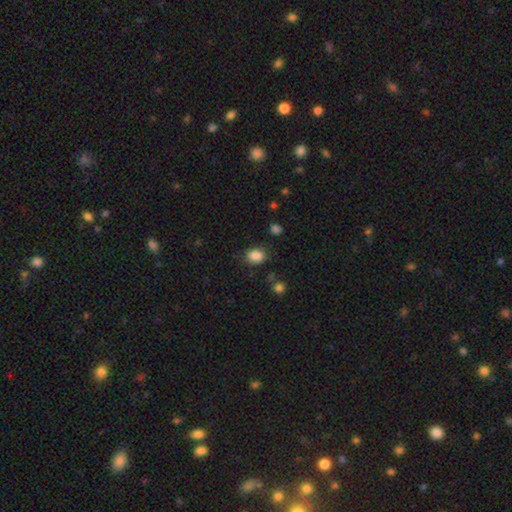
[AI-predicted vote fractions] Smooth or featured? Predicted: smooth (p=0.85). How rounded? Predicted: in between (p=0.68). Merging? Predicted: none (p=0.76).